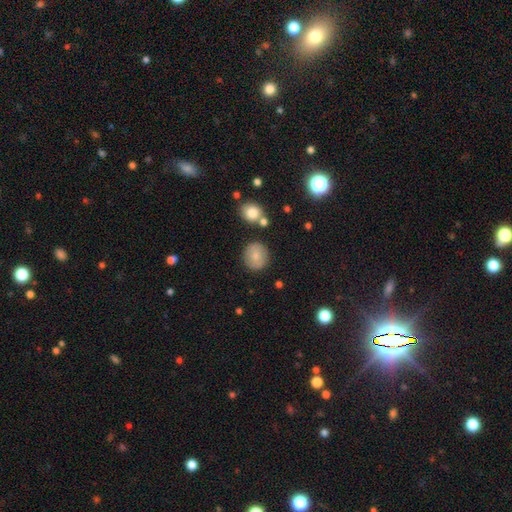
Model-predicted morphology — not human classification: Smooth or featured? smooth (77%)
How rounded? round (86%)
Merging? none (83%)